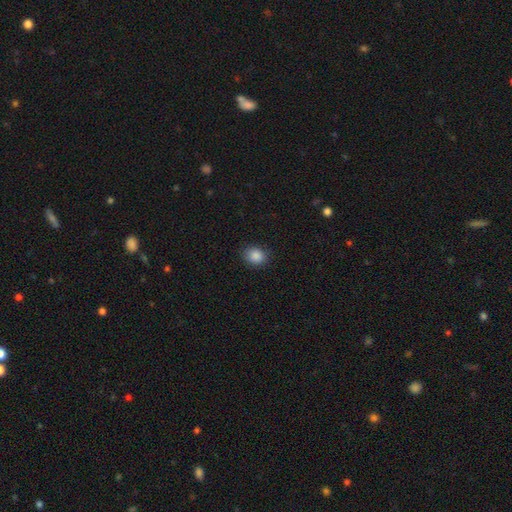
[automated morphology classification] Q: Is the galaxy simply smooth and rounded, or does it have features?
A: smooth — 87%.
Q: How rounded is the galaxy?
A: round — 62%.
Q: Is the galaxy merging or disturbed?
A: none — 86%.